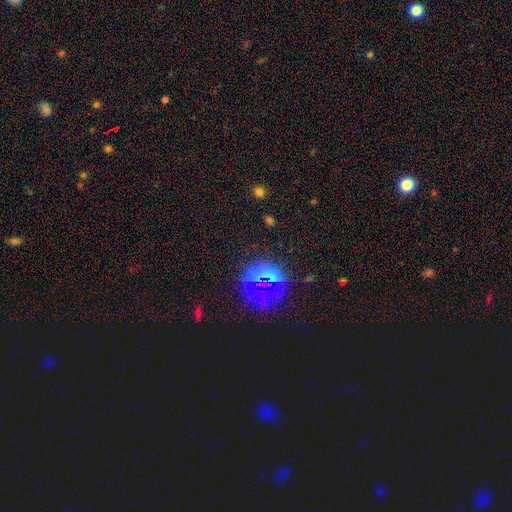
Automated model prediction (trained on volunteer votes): A star or artifact, not a galaxy (75%).